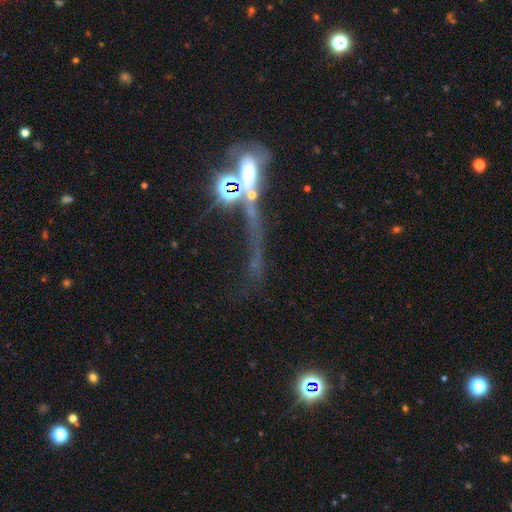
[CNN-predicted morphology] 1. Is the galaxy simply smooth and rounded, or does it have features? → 40% featured or disk, 35% star or artifact, 25% smooth.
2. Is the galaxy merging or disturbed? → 39% merger, 25% major disturbance, 25% none, 11% minor disturbance.